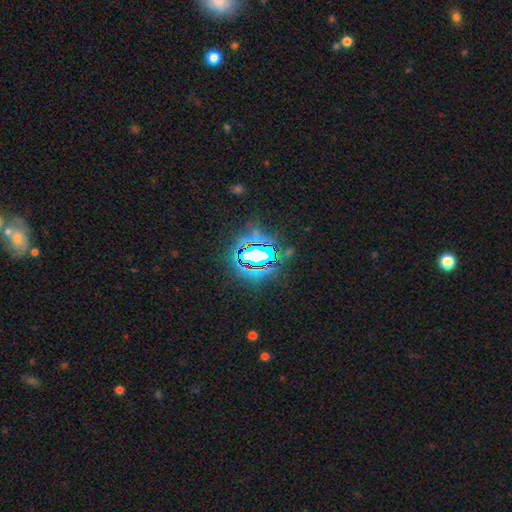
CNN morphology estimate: Smooth or featured? Predicted: star or artifact (p=0.74).